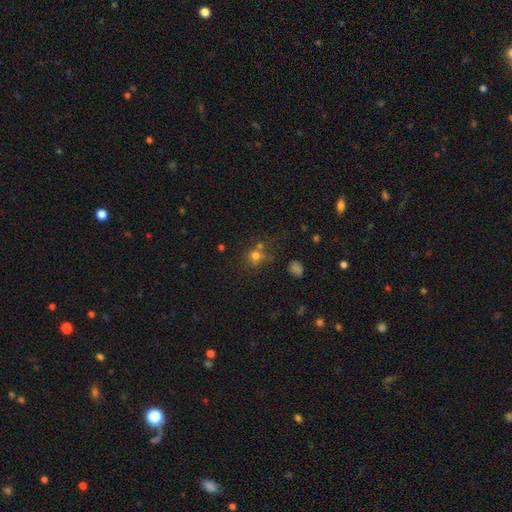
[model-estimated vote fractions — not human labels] A smooth galaxy with no disk features (71%) that is round (82%). Merging: none (57%).